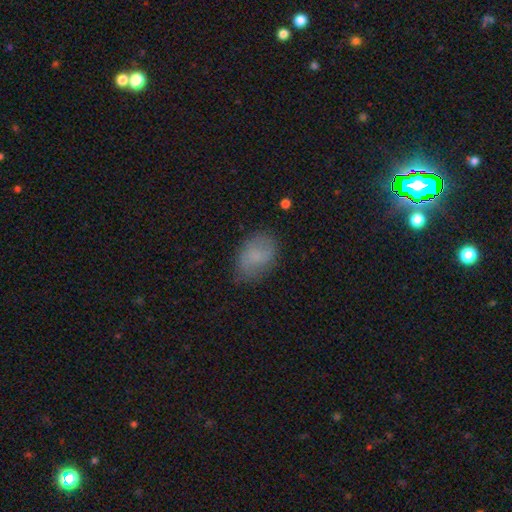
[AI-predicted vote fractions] Overall: smooth (70%). How rounded: in between (85%). Merging: none (74%).